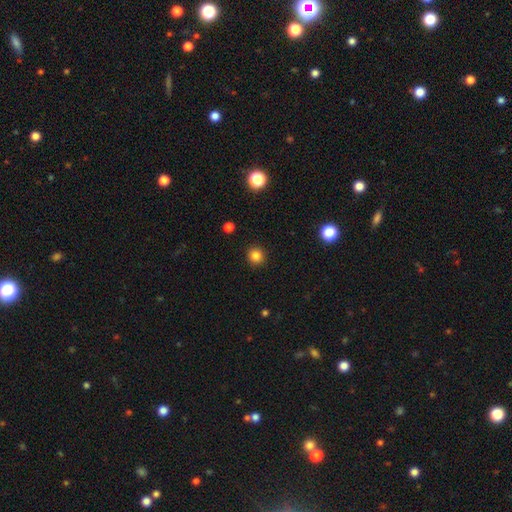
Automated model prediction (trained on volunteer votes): Smooth or featured? Predicted: smooth (p=0.83). How rounded? Predicted: round (p=0.93). Merging? Predicted: none (p=0.92).